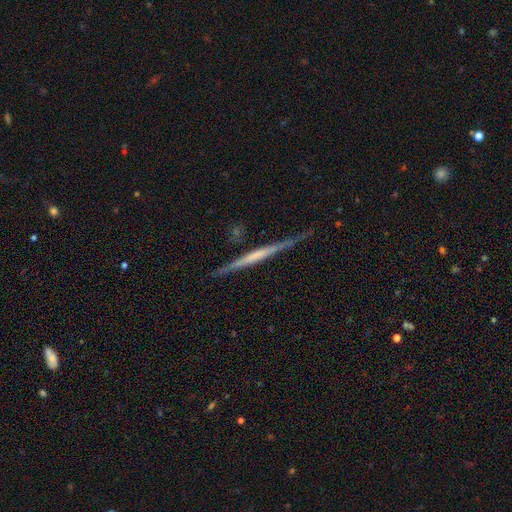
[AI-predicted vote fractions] Smooth or featured? featured or disk (68%)
Edge-on disk? yes (97%)
Edge-on bulge? none (71%)
Merging? none (81%)